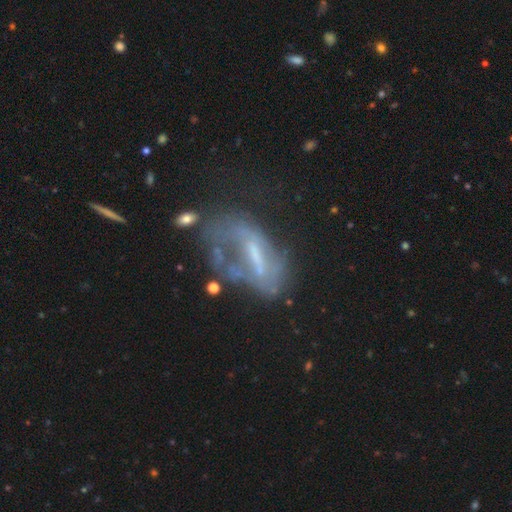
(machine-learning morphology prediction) A featured or disk galaxy (66%) with a strong bar (35%, tied with weak), no spiral arms (59%) and no central bulge (36%). Merging: major disturbance (40%).